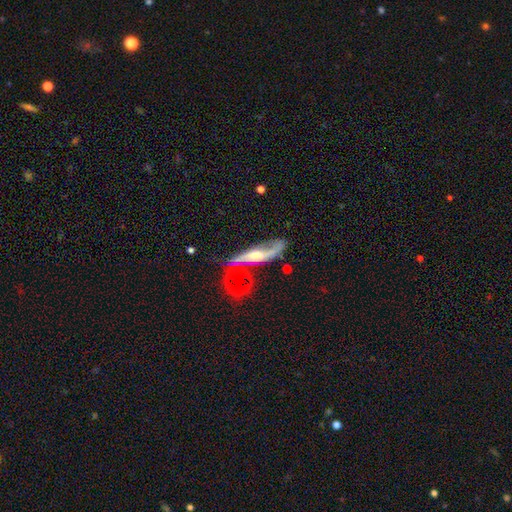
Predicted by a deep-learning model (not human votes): This is likely a featured or disk galaxy (72%). It is possibly not viewed edge-on (51%). Merging: possibly none (48%).